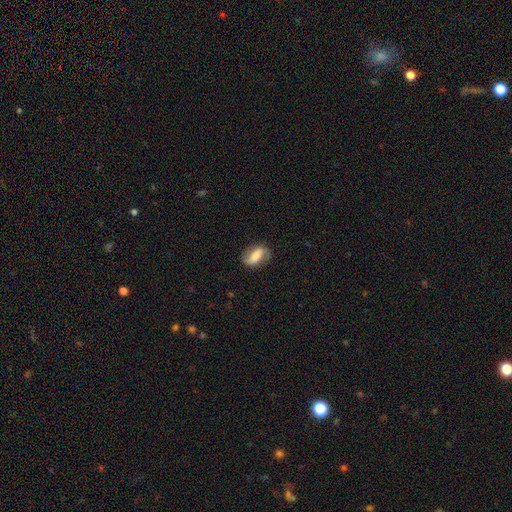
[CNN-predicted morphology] Smooth or featured?
  - featured or disk: 49% *
  - smooth: 44%
  - star or artifact: 8%
Merging?
  - none: 76% *
  - minor disturbance: 17%
  - major disturbance: 6%
  - merger: 1%